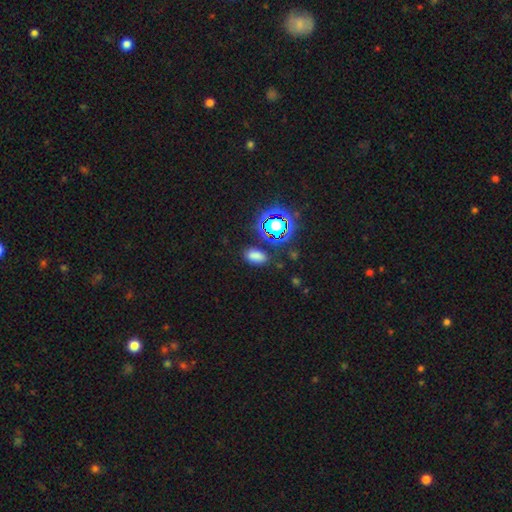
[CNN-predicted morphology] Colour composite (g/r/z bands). It shows a smooth galaxy with no disk features (68%) that is in between round and cigar-shaped (89%). Merging: none (82%).